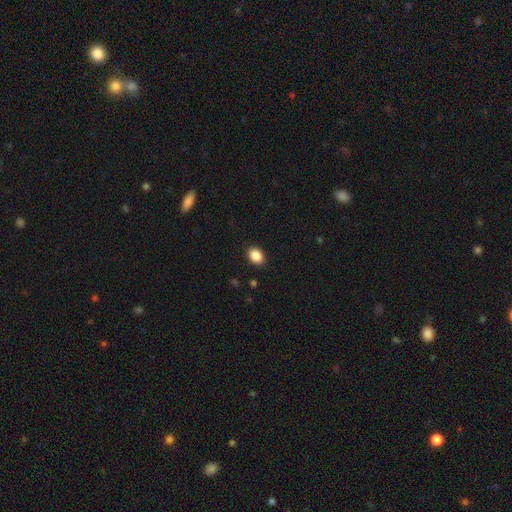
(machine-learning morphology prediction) The model was most divided on "how rounded": in between: 72%, round: 27%, cigar-shaped: 1%. More confident: merging — none (90%); smooth or featured — smooth (88%).